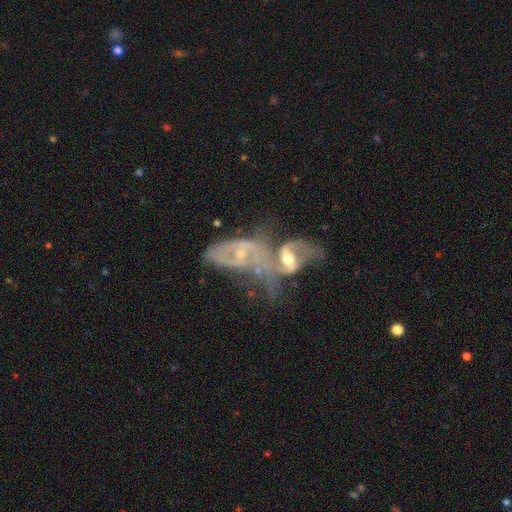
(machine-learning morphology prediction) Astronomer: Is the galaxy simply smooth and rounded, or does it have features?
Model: featured or disk — 59%.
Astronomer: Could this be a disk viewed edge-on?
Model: no — 88%.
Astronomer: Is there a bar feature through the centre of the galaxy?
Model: no — 65%.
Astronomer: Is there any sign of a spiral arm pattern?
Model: yes — 53% (runner-up: no, 47%).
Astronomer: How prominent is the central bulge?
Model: small — 51%.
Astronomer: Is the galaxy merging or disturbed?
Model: merger — 51%.